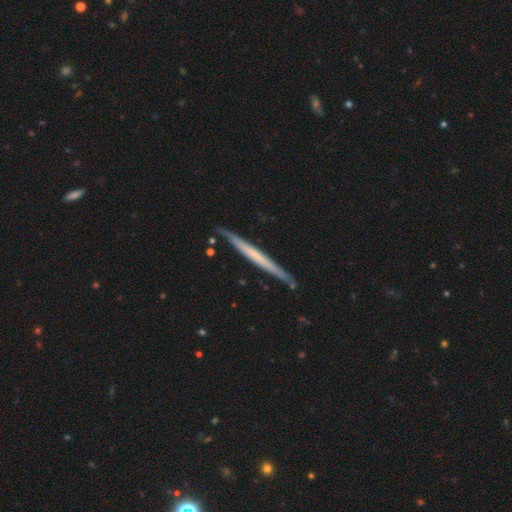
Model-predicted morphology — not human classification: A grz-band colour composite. It shows a featured or disk galaxy (58%) viewed edge-on (97%) with no central bulge (84%). Merging: none (88%).